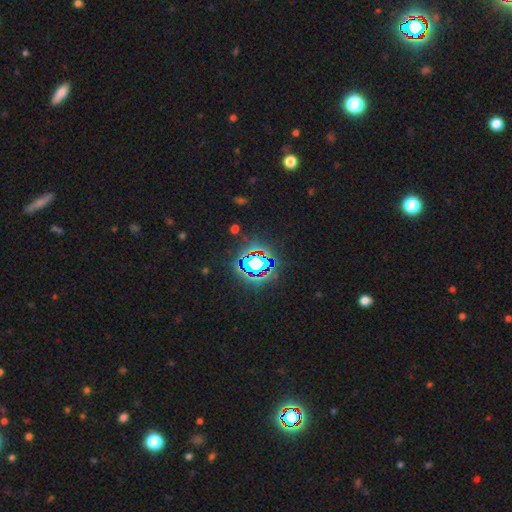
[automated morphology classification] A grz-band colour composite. It shows a star or artifact, not a galaxy (80%).